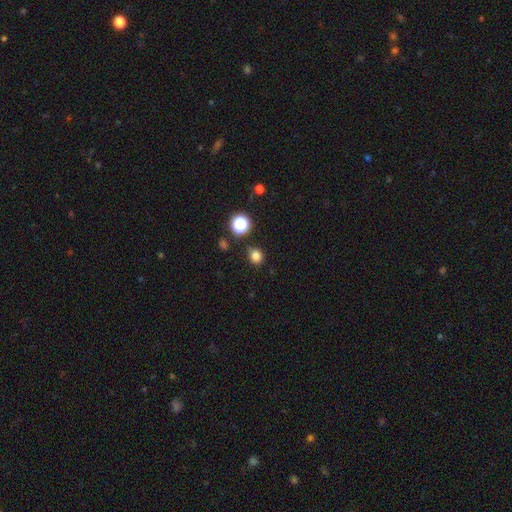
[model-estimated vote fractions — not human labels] smooth_or_featured: smooth (p=0.79) [alt: star or artifact p=0.16]
how_rounded: round (p=0.75) [alt: in between p=0.24]
merging: none (p=0.82) [alt: minor disturbance p=0.12]